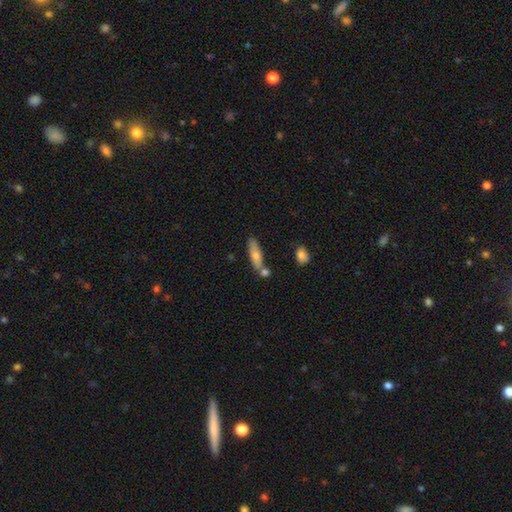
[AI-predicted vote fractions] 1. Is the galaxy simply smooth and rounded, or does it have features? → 72% smooth, 21% featured or disk, 7% star or artifact.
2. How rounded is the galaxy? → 62% cigar-shaped, 35% in between, 2% round.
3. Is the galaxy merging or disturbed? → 63% none, 18% merger, 15% minor disturbance, 4% major disturbance.